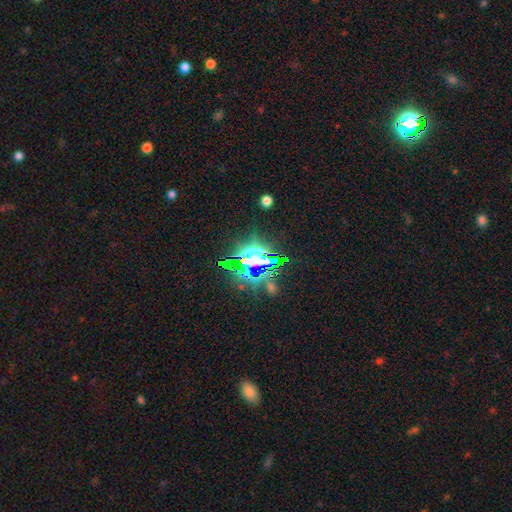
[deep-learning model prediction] A star or artifact, not a galaxy (75%).

Vote fractions:
- Smooth or featured? star or artifact: 75% / smooth: 14% / featured or disk: 11%